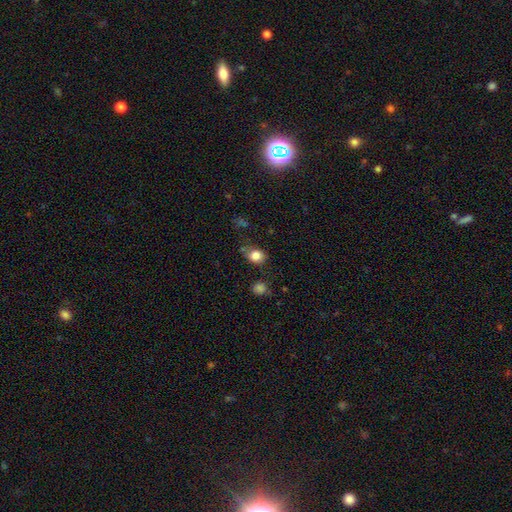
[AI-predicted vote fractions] Q: Smooth or featured?
A: smooth (84%); runner-up: star or artifact (10%)
Q: How rounded?
A: round (59%); runner-up: in between (40%)
Q: Merging?
A: none (69%); runner-up: minor disturbance (21%)